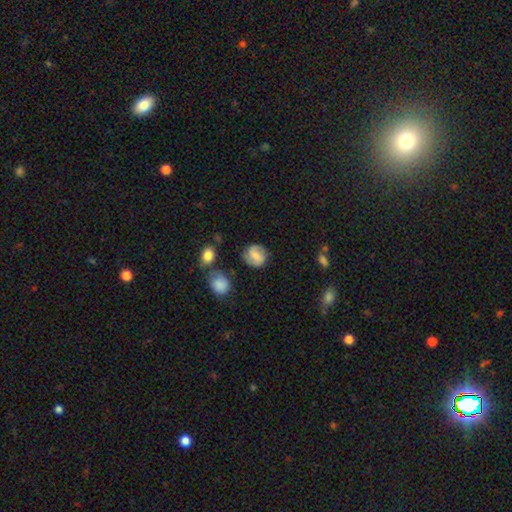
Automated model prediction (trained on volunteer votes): Smooth or featured? Predicted: smooth (p=0.49). Merging? Predicted: none (p=0.79).